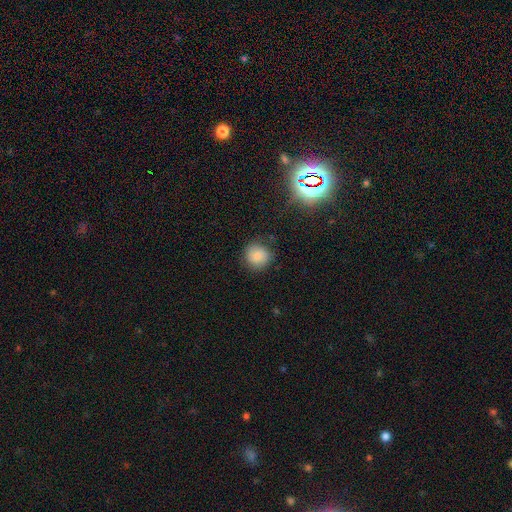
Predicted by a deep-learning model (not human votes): Overall: smooth (79%). How rounded: round (90%). Merging: none (85%).